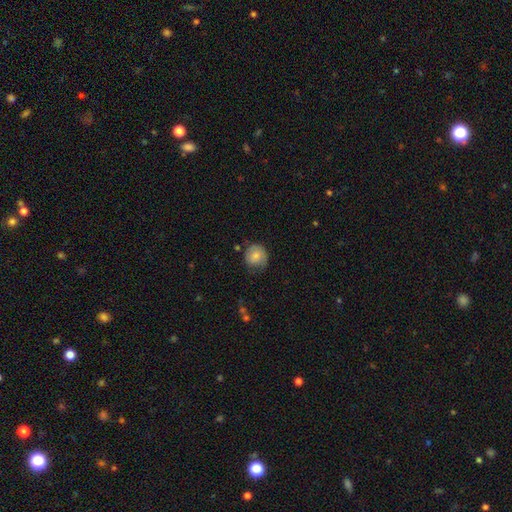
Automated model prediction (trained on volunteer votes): Smooth or featured? smooth (75%)
How rounded? round (85%)
Merging? none (63%)